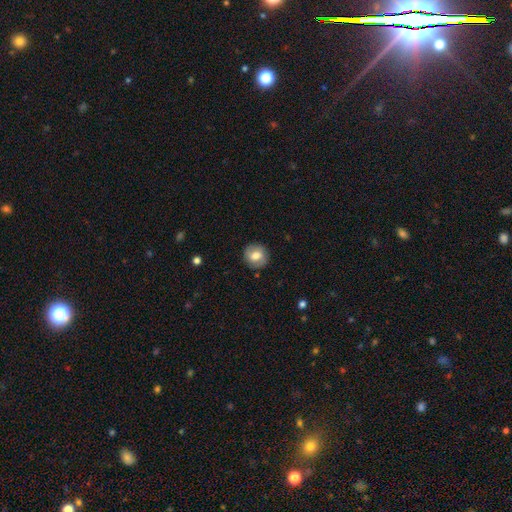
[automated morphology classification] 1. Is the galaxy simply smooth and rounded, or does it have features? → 68% smooth, 24% featured or disk, 8% star or artifact.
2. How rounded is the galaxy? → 87% round, 12% in between, 1% cigar-shaped.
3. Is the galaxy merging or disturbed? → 87% none, 9% minor disturbance, 3% major disturbance, 1% merger.